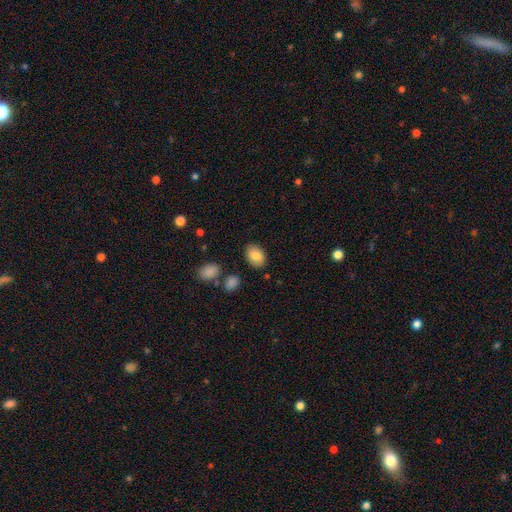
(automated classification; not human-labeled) smooth 84%, featured or disk 8%, star or artifact 8%. Down the decision tree: how rounded — in between (82%); merging — none (83%).